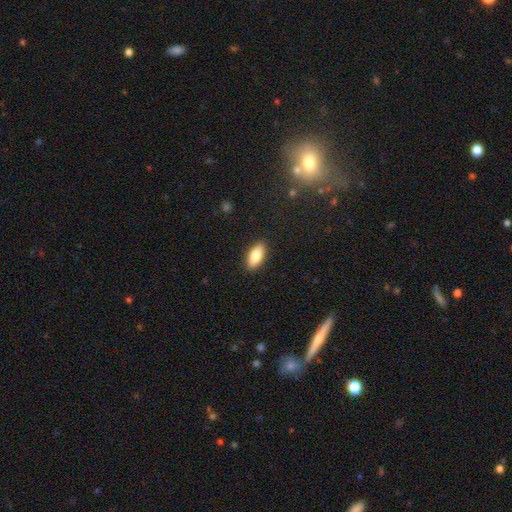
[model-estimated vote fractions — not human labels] Morphology: type=smooth (82%); roundness=in between (86%); merging=none (89%).